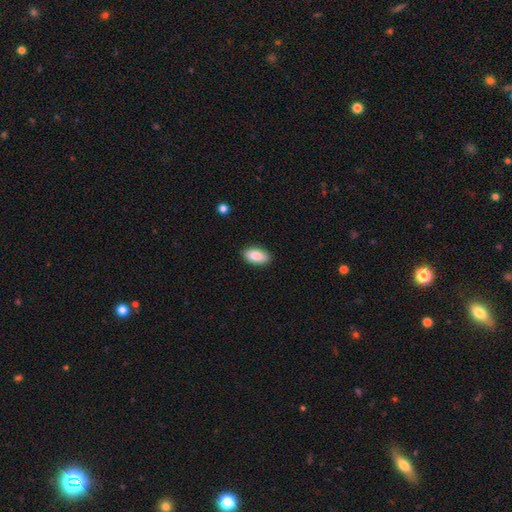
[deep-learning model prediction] smooth 87%, featured or disk 7%, star or artifact 6%. Down the decision tree: how rounded — in between (93%); merging — none (89%).